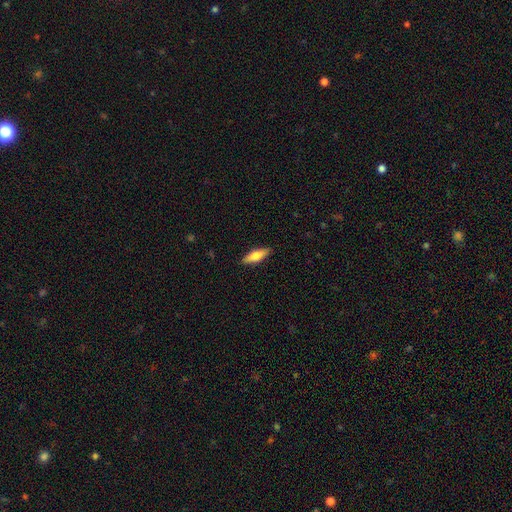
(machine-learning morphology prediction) smooth-or-featured: smooth: 68% | featured or disk: 26% | star or artifact: 6%
  how-rounded: in between: 50% | cigar-shaped: 47% | round: 2%
  merging: none: 88% | minor disturbance: 9% | major disturbance: 2% | merger: 1%